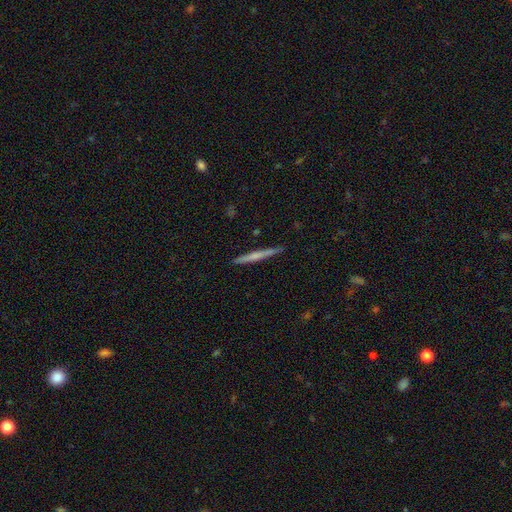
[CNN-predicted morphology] featured or disk 48%, smooth 46%, star or artifact 6%. Down the decision tree: merging — none (91%).